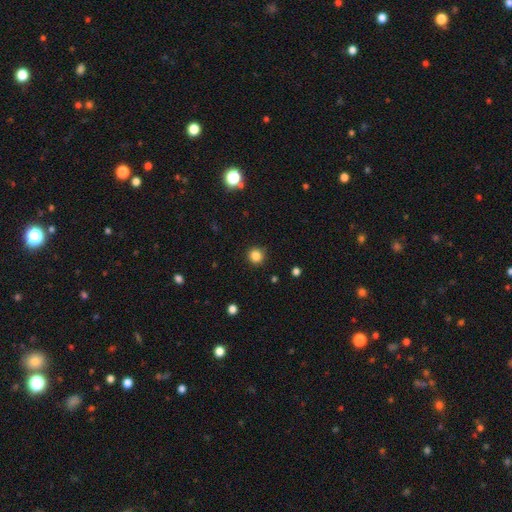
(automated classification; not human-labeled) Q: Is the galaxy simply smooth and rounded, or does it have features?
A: smooth — 84%.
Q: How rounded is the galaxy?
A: round — 94%.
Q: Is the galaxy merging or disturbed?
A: none — 90%.